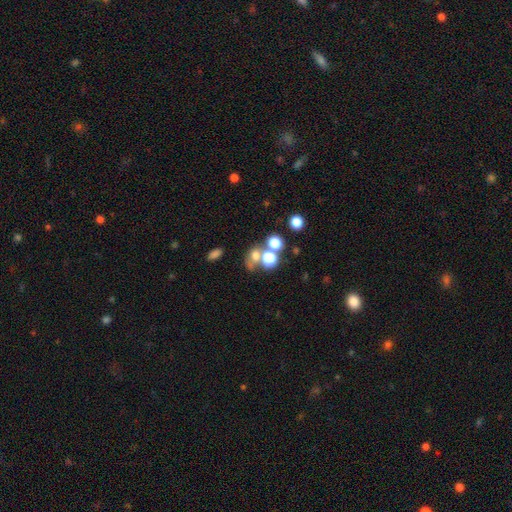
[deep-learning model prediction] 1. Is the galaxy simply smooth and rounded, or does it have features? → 62% smooth, 23% star or artifact, 16% featured or disk.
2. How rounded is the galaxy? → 63% round, 35% in between, 2% cigar-shaped.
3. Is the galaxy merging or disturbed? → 41% none, 40% merger, 10% minor disturbance, 8% major disturbance.